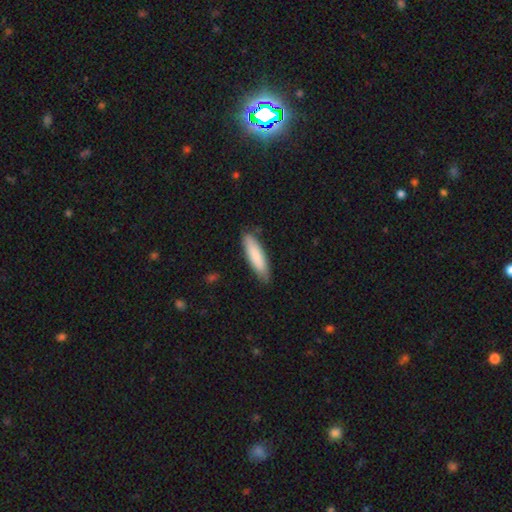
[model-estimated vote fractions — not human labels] Smooth or featured: smooth — 84% (featured or disk — 10%)
How rounded: cigar-shaped — 67% (in between — 32%)
Merging: none — 83% (minor disturbance — 14%)